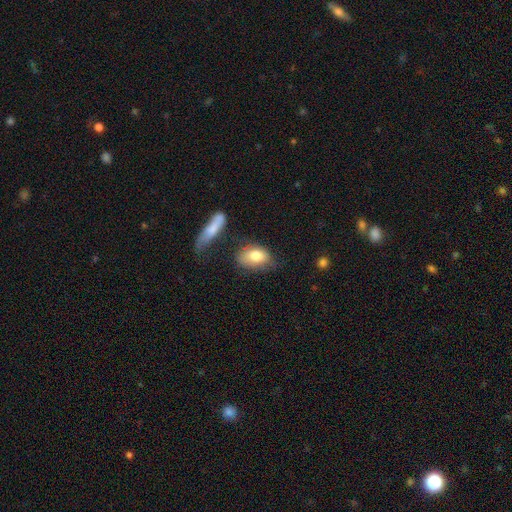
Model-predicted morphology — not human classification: Smooth or featured: smooth — 79% (featured or disk — 14%)
How rounded: in between — 86% (round — 11%)
Merging: none — 53% (minor disturbance — 27%)